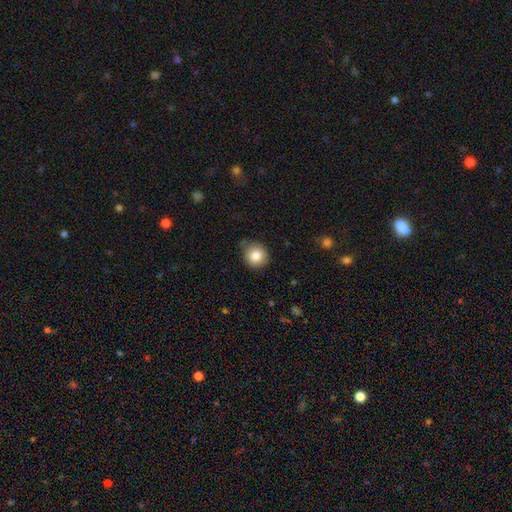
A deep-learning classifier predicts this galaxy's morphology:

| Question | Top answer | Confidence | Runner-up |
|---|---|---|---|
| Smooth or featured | smooth | 84% | star or artifact (9%) |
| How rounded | round | 91% | in between (8%) |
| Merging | none | 79% | minor disturbance (16%) |